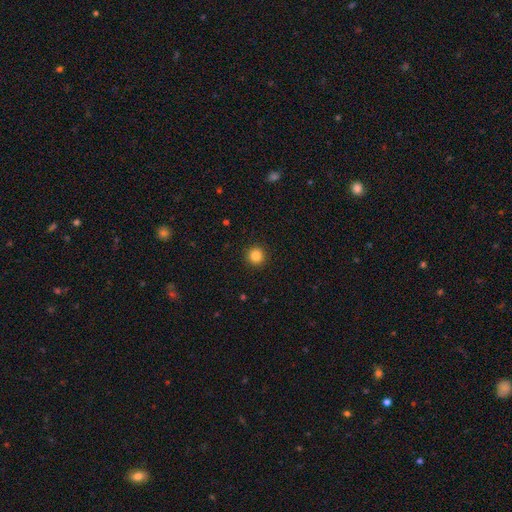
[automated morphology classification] Smooth or featured: smooth — 85% (star or artifact — 11%)
How rounded: round — 96% (in between — 3%)
Merging: none — 93% (minor disturbance — 4%)